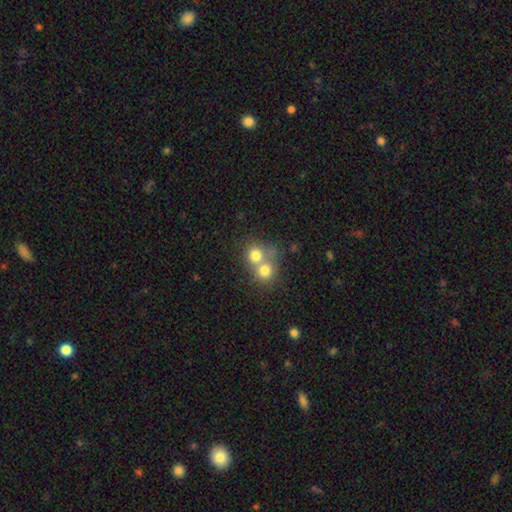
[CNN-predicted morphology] A smooth galaxy with no disk features (74%) that is round (83%). Merging: merger (58%).